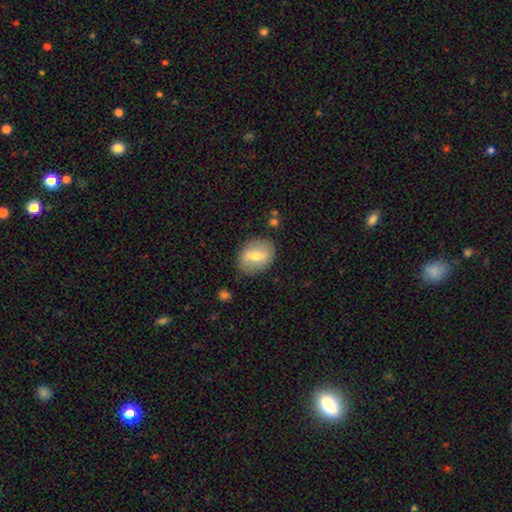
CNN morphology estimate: A smooth galaxy with no disk features (52%) that is in between round and cigar-shaped (56%).

Vote fractions:
- Smooth or featured? smooth: 52% / featured or disk: 41% / star or artifact: 7%
- How rounded? in between: 56% / round: 42% / cigar-shaped: 2%
- Merging? none: 82% / minor disturbance: 12% / major disturbance: 4% / merger: 2%